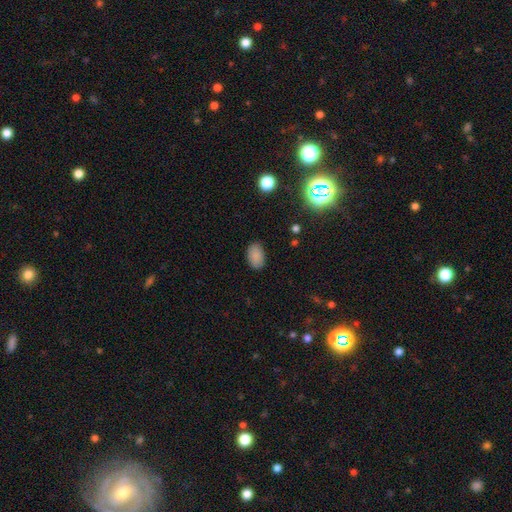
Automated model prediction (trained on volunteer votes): Q: Smooth or featured?
A: smooth (86%); runner-up: star or artifact (10%)
Q: How rounded?
A: in between (90%); runner-up: round (9%)
Q: Merging?
A: none (87%); runner-up: minor disturbance (10%)